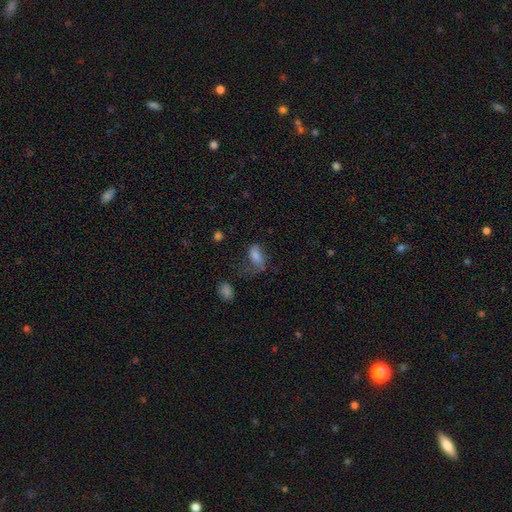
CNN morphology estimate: smooth-or-featured: smooth: 63% | featured or disk: 22% | star or artifact: 14%
  how-rounded: in between: 86% | round: 7% | cigar-shaped: 7%
  merging: major disturbance: 40% | none: 32% | minor disturbance: 24% | merger: 5%